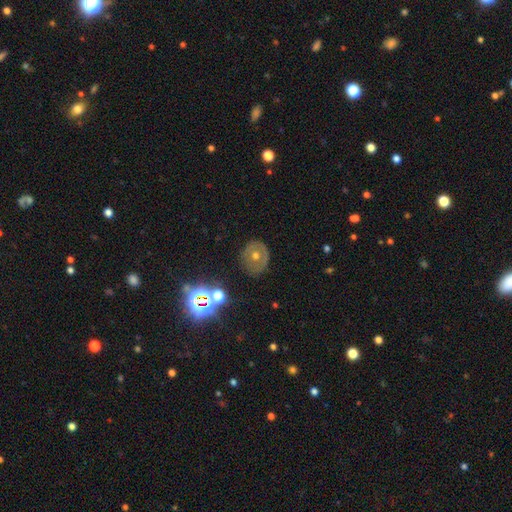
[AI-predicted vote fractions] The model was most divided on "smooth or featured": featured or disk: 43%, smooth: 36%, star or artifact: 21%. More confident: merging — none (79%).